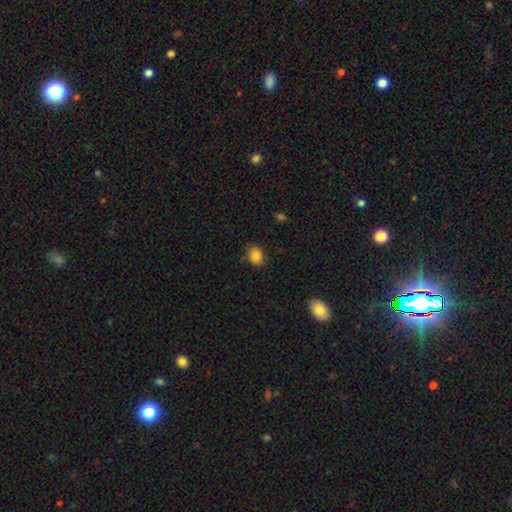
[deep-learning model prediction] smooth-or-featured: smooth: 84% | star or artifact: 10% | featured or disk: 6%
  how-rounded: in between: 54% | round: 45% | cigar-shaped: 1%
  merging: none: 77% | minor disturbance: 18% | major disturbance: 4% | merger: 1%